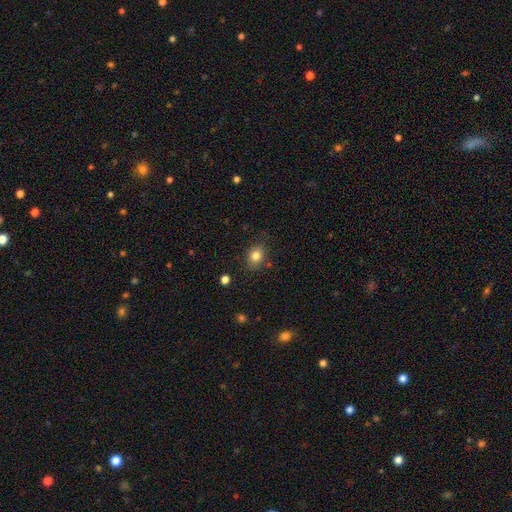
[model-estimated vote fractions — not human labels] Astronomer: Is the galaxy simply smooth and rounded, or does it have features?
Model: smooth — 82%.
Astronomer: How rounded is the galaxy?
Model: in between — 51% (runner-up: round, 48%).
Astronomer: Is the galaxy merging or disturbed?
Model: none — 80%.